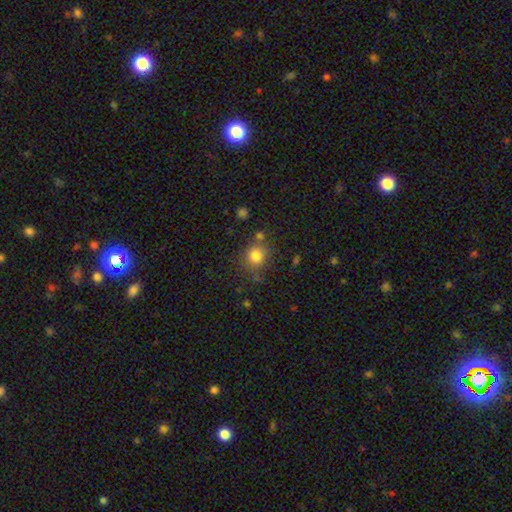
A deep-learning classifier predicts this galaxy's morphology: Smooth or featured: smooth — 80% (star or artifact — 12%)
How rounded: round — 80% (in between — 19%)
Merging: none — 73% (minor disturbance — 13%)